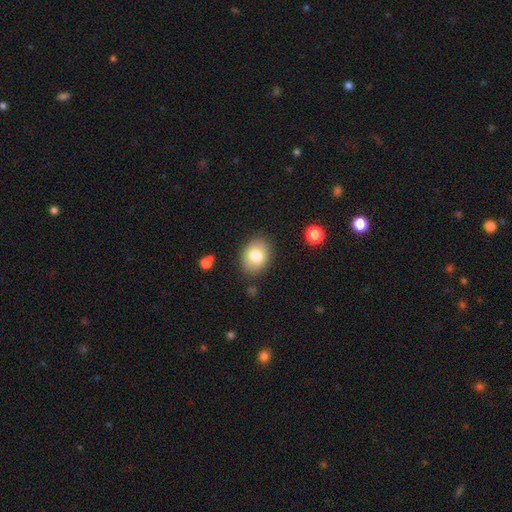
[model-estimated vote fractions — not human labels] A smooth galaxy with no disk features (78%) that is in between round and cigar-shaped (67%). Merging: none (85%).